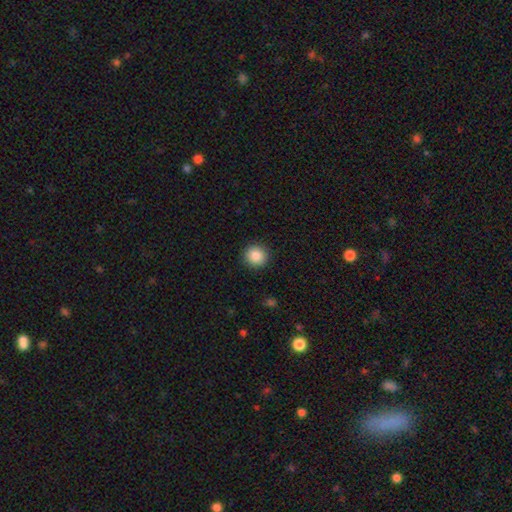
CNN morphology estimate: smooth_or_featured: smooth (p=0.86) [alt: star or artifact p=0.09]
how_rounded: round (p=0.93) [alt: in between p=0.06]
merging: none (p=0.92) [alt: minor disturbance p=0.05]